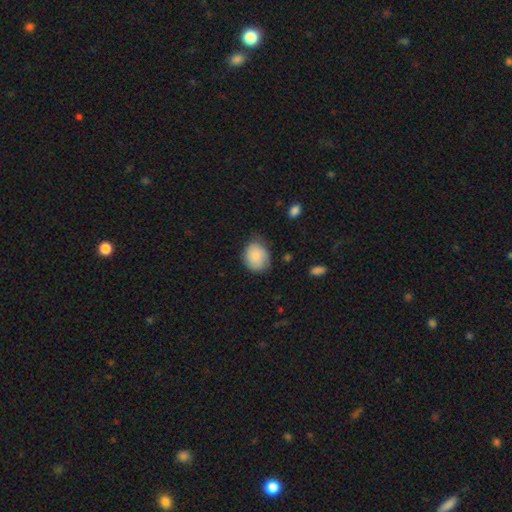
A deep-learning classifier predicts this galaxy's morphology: A smooth galaxy with no disk features (83%) that is round (57%). Merging: none (67%).